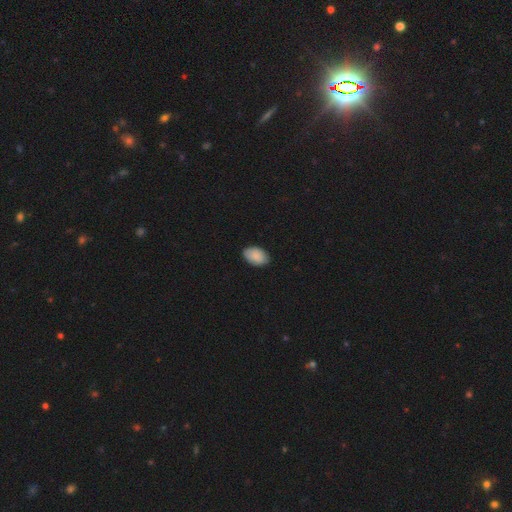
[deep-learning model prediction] Smooth or featured? Predicted: smooth (p=0.88). How rounded? Predicted: in between (p=0.89). Merging? Predicted: none (p=0.86).